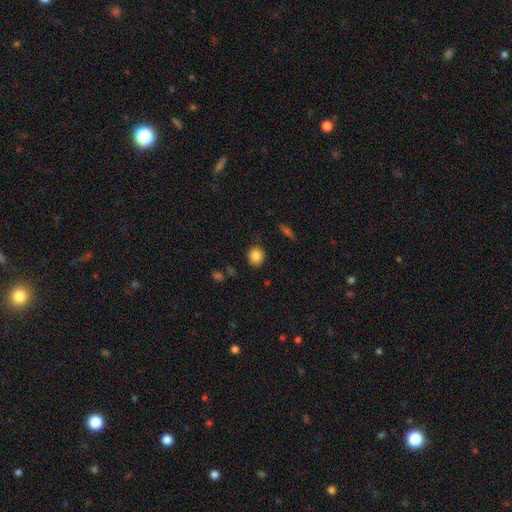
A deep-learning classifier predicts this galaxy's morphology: Smooth or featured? smooth (85%)
How rounded? round (78%)
Merging? none (86%)